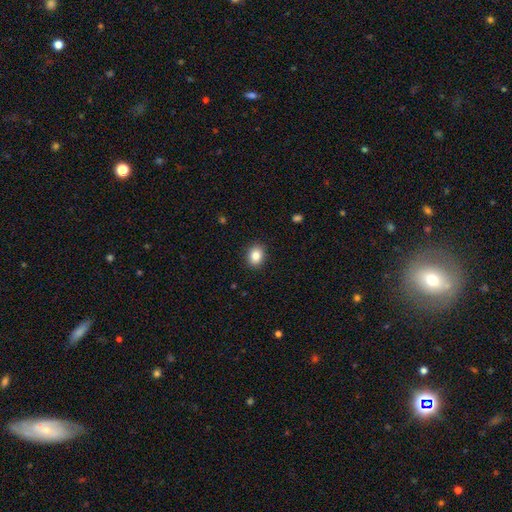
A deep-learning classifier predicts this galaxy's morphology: The model was most divided on "how rounded": in between: 51%, round: 48%, cigar-shaped: 1%. More confident: merging — none (89%); smooth or featured — smooth (86%).